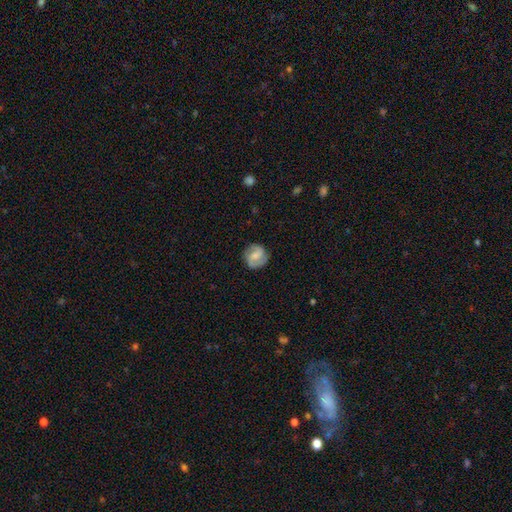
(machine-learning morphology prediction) Smooth or featured? Predicted: featured or disk (p=0.65). Edge-on disk? Predicted: no (p=0.98). Bar? Predicted: weak (p=0.51). Spiral arms? Predicted: yes (p=0.92). Spiral winding? Predicted: medium (p=0.47). Spiral arm count? Predicted: 2 (p=0.87). Bulge size? Predicted: moderate (p=0.37). Merging? Predicted: none (p=0.83).